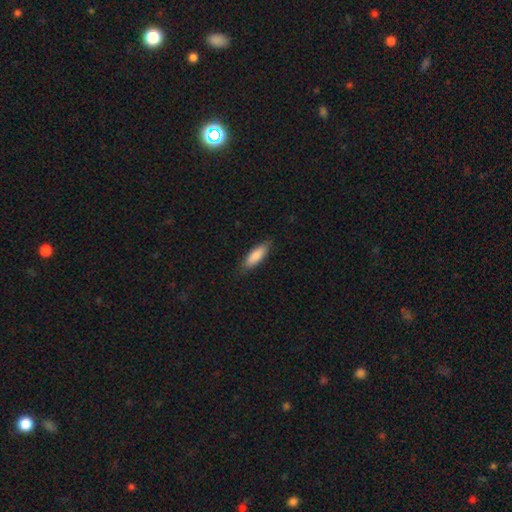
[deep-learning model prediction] smooth_or_featured: smooth (p=0.85) [alt: featured or disk p=0.09]
how_rounded: in between (p=0.59) [alt: cigar-shaped p=0.39]
merging: none (p=0.83) [alt: minor disturbance p=0.14]